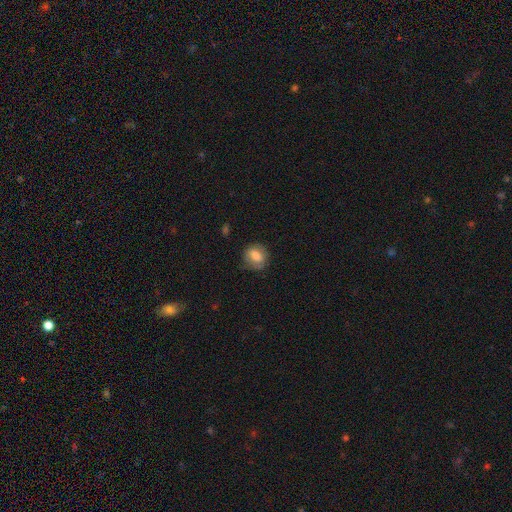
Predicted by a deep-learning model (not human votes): smooth-or-featured: smooth: 75% | featured or disk: 17% | star or artifact: 8%
  how-rounded: round: 61% | in between: 38% | cigar-shaped: 1%
  merging: none: 74% | minor disturbance: 19% | major disturbance: 6% | merger: 1%